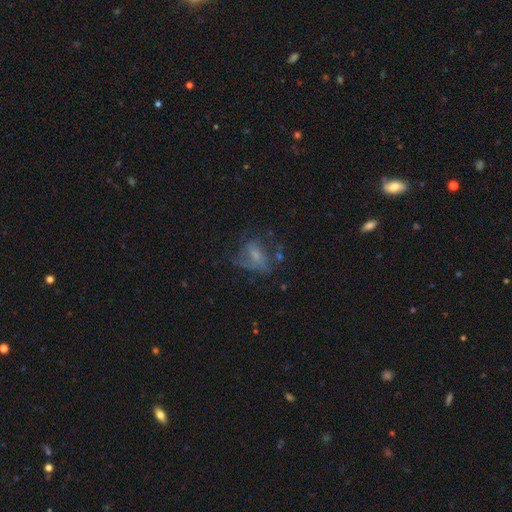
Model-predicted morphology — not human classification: Overall: featured or disk (47%; smooth 40%). Merging: major disturbance (37%; none 35%).